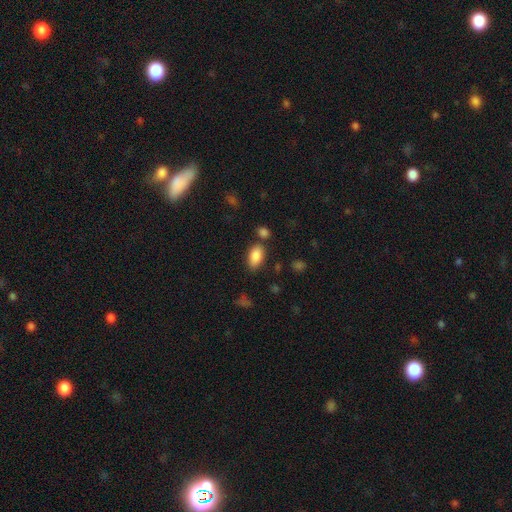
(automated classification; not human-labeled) The model was most divided on "merging": none: 73%, minor disturbance: 13%, merger: 10%, major disturbance: 4%. More confident: how rounded — in between (92%); smooth or featured — smooth (87%).